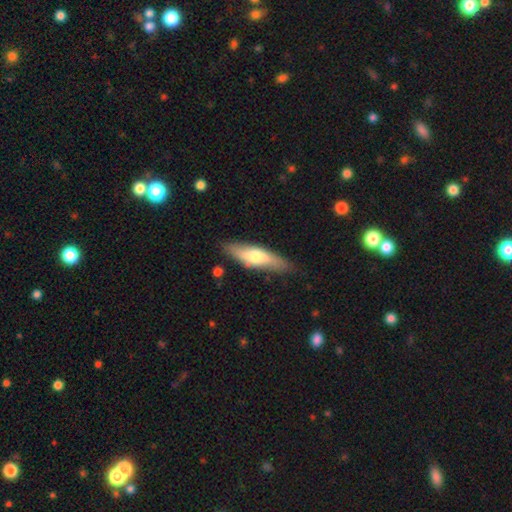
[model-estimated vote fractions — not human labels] Overall: smooth (59%; featured or disk 35%). How rounded: cigar-shaped (58%; in between 40%). Merging: none (81%).